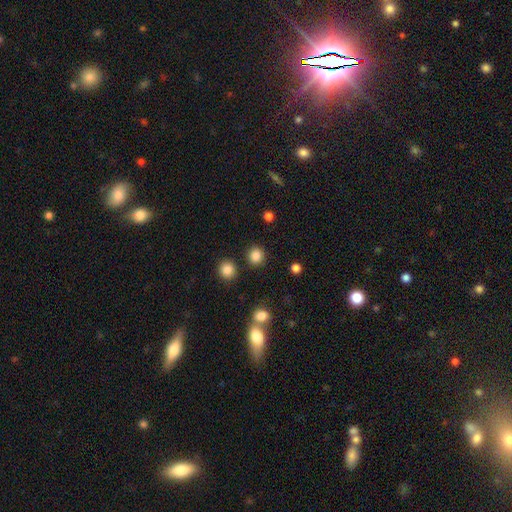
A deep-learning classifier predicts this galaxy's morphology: smooth_or_featured: smooth (p=0.84) [alt: star or artifact p=0.12]
how_rounded: round (p=0.89) [alt: in between p=0.10]
merging: none (p=0.89) [alt: minor disturbance p=0.06]